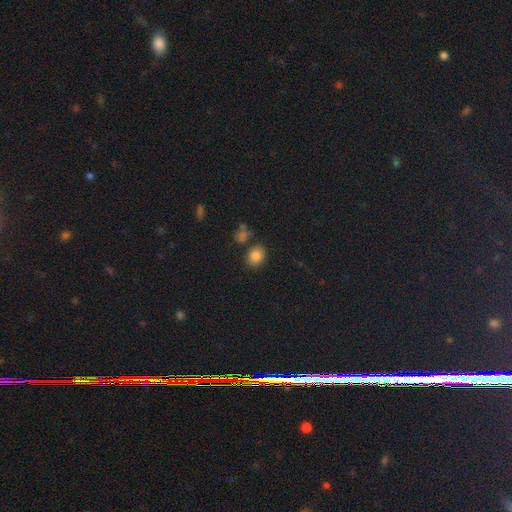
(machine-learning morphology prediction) This appears to be a smooth galaxy with no disk features (84%) that is round (51%). Merging: none (77%).